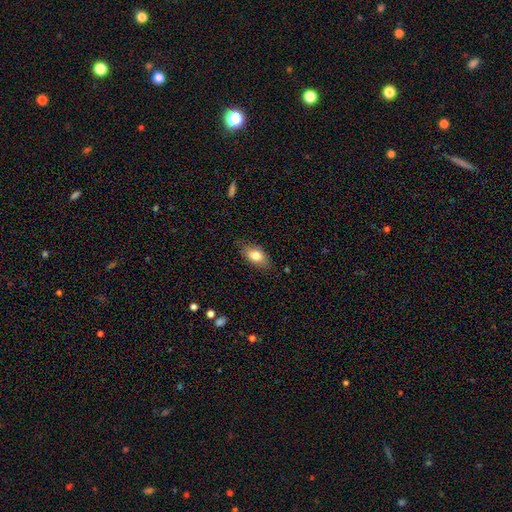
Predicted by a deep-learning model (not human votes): The model was most divided on "merging": none: 80%, minor disturbance: 16%, major disturbance: 3%, merger: 1%. More confident: how rounded — in between (90%); smooth or featured — smooth (78%).